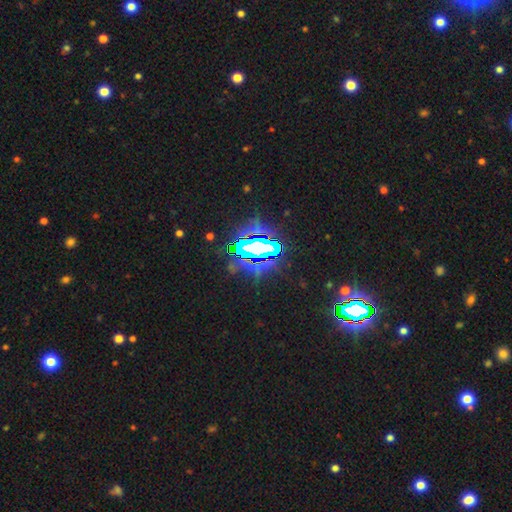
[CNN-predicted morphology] Smooth or featured? star or artifact (84%)